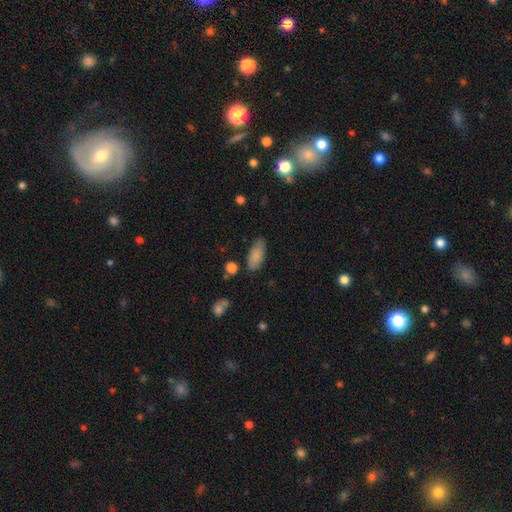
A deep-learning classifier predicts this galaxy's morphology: smooth-or-featured: smooth: 85% | featured or disk: 8% | star or artifact: 7%
  how-rounded: in between: 85% | cigar-shaped: 13% | round: 2%
  merging: none: 77% | minor disturbance: 17% | major disturbance: 4% | merger: 2%